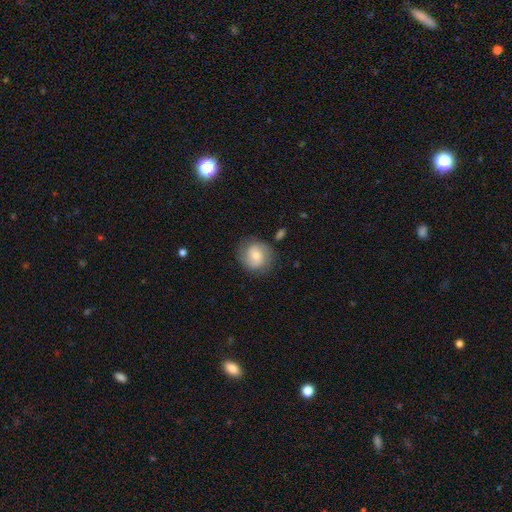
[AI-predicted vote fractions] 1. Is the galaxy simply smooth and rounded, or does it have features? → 54% smooth, 38% featured or disk, 8% star or artifact.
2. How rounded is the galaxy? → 84% round, 15% in between, 1% cigar-shaped.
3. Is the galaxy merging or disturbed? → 78% none, 15% minor disturbance, 5% major disturbance, 2% merger.